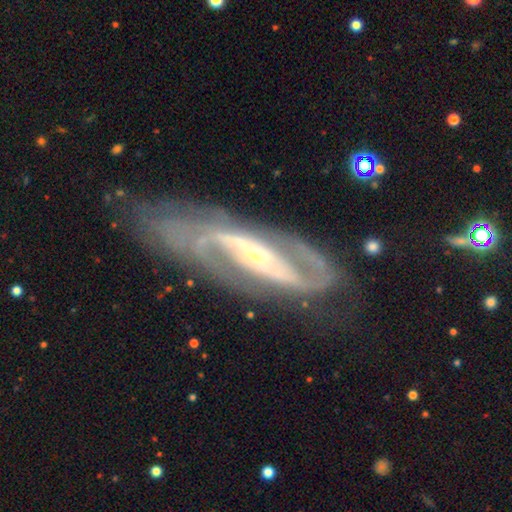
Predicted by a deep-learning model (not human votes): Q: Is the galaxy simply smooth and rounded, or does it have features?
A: featured or disk — 90%.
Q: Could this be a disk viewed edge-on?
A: no — 92%.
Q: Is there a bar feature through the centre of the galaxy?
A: strong — 37%.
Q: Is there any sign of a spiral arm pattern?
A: yes — 96%.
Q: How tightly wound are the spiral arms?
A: medium — 49%.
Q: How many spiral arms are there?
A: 2 — 86%.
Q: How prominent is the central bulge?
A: small — 76%.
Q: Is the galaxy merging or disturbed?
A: none — 71%.